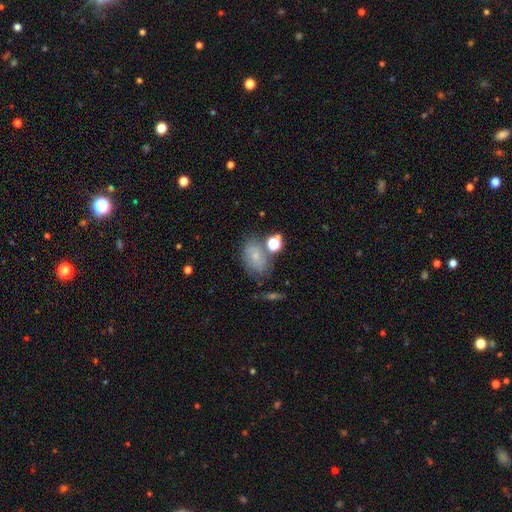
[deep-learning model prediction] Smooth or featured: smooth — 61% (featured or disk — 24%)
How rounded: in between — 72% (round — 26%)
Merging: none — 51% (minor disturbance — 22%)